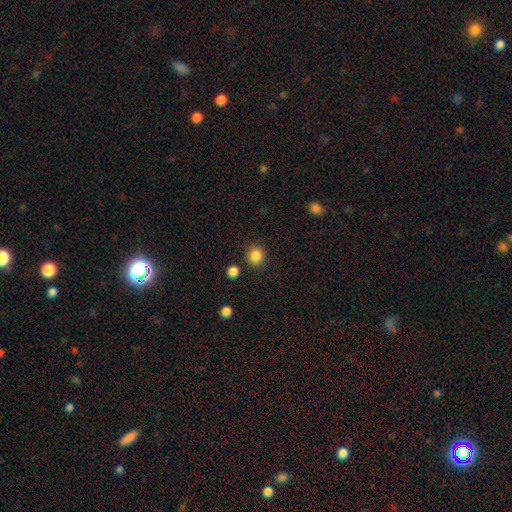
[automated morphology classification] smooth_or_featured: smooth (p=0.86) [alt: star or artifact p=0.11]
how_rounded: round (p=0.85) [alt: in between p=0.14]
merging: none (p=0.86) [alt: minor disturbance p=0.07]